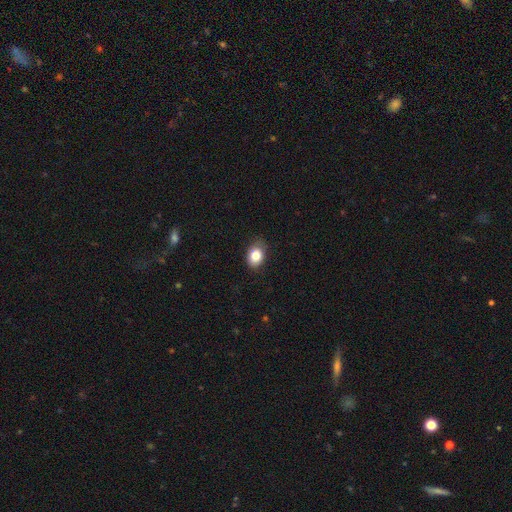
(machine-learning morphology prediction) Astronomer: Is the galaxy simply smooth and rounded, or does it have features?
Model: smooth — 81%.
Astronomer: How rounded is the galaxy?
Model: in between — 64%.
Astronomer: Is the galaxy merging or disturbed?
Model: none — 76%.